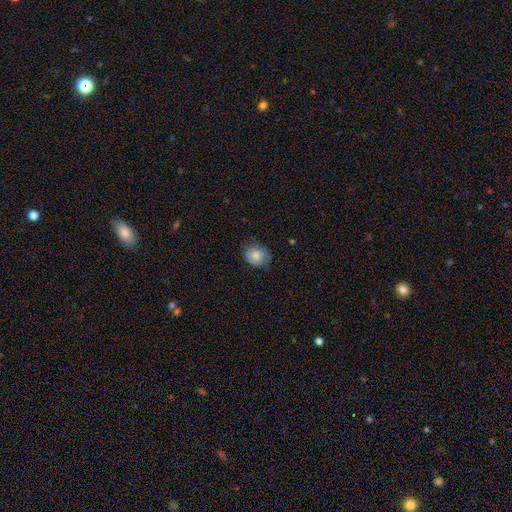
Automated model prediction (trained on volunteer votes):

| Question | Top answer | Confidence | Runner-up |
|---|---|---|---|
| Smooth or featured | smooth | 67% | featured or disk (25%) |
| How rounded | round | 64% | in between (35%) |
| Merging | none | 70% | minor disturbance (23%) |